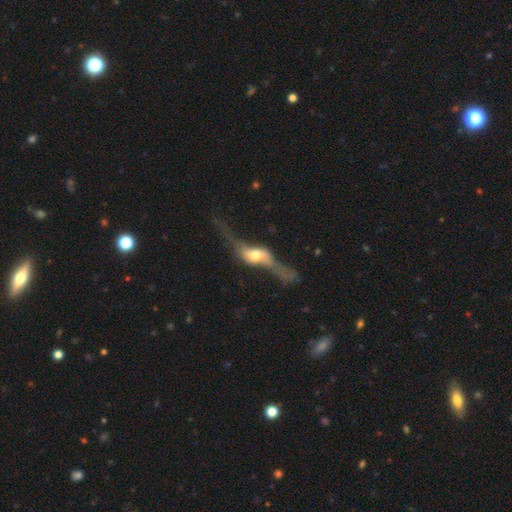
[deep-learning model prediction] A featured or disk galaxy (67%).

Vote fractions:
- Smooth or featured? featured or disk: 67% / smooth: 26% / star or artifact: 7%
- Edge-on disk? no: 51% / yes: 49%
- Merging? major disturbance: 46% / none: 28% / minor disturbance: 17% / merger: 9%